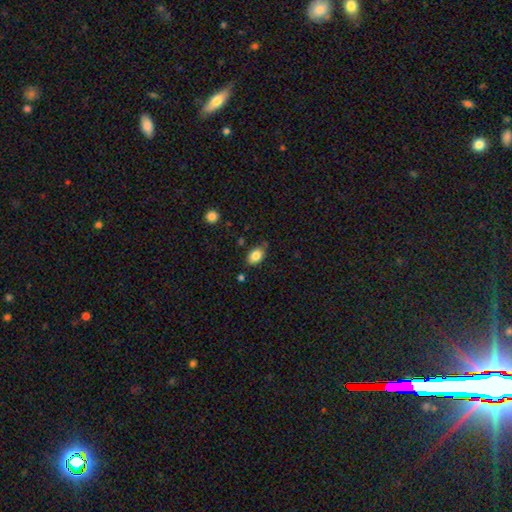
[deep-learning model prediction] Morphology: type=smooth (84%); roundness=in between (85%); merging=none (73%).